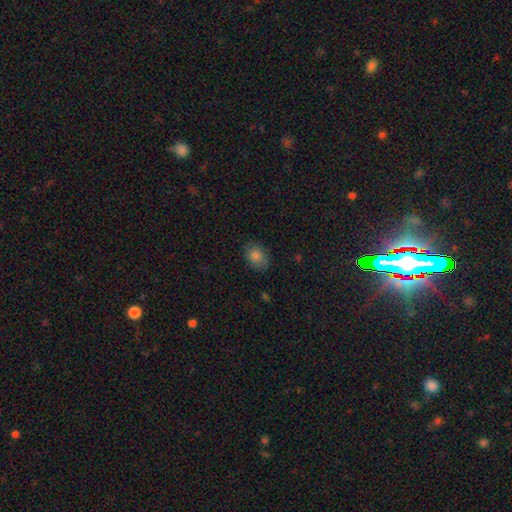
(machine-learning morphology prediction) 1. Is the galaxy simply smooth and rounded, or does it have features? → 81% smooth, 12% star or artifact, 8% featured or disk.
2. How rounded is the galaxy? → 67% in between, 31% round, 1% cigar-shaped.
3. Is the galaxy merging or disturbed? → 81% none, 15% minor disturbance, 3% major disturbance, 1% merger.